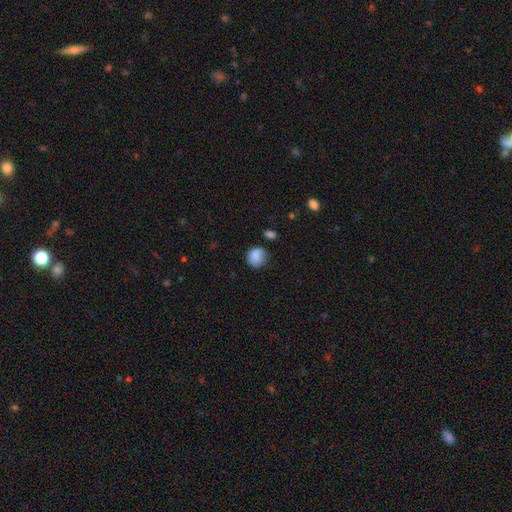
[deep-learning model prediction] A smooth galaxy with no disk features (81%) that is round (81%).

Vote fractions:
- Smooth or featured? smooth: 81% / featured or disk: 11% / star or artifact: 9%
- How rounded? round: 81% / in between: 18% / cigar-shaped: 1%
- Merging? none: 61% / minor disturbance: 26% / major disturbance: 9% / merger: 4%